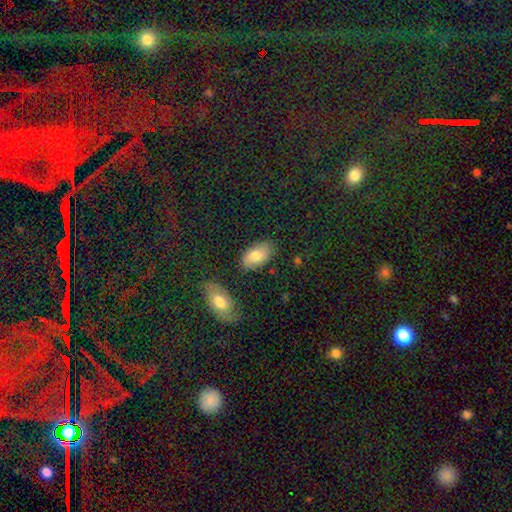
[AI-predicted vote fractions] Overall: smooth (80%). How rounded: in between (94%). Merging: none (81%).